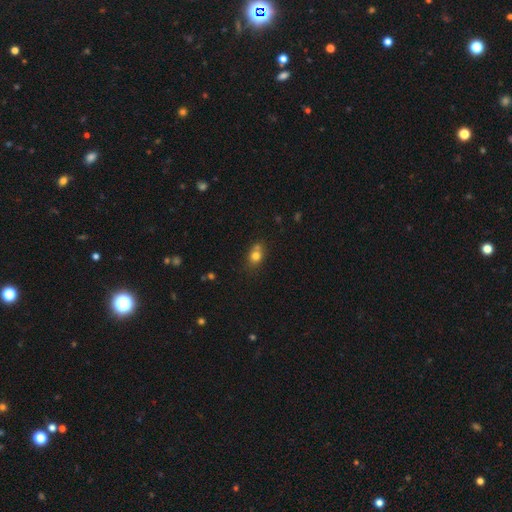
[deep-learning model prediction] smooth-or-featured: smooth: 77% | star or artifact: 12% | featured or disk: 11%
  how-rounded: round: 53% | in between: 46% | cigar-shaped: 2%
  merging: none: 54% | merger: 24% | minor disturbance: 17% | major disturbance: 5%